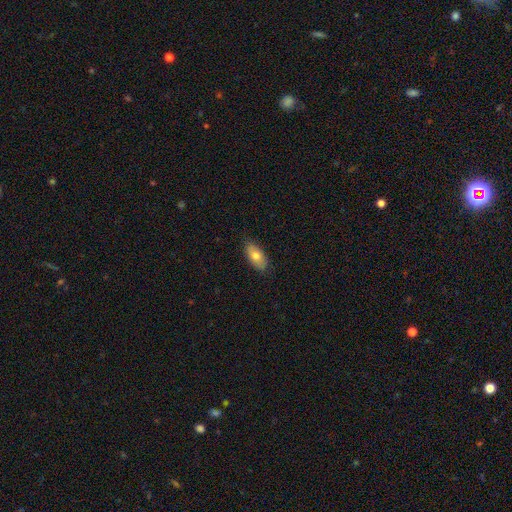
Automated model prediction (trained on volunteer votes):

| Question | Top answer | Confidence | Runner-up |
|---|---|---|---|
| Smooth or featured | smooth | 72% | featured or disk (21%) |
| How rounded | in between | 91% | cigar-shaped (6%) |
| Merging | none | 82% | minor disturbance (14%) |